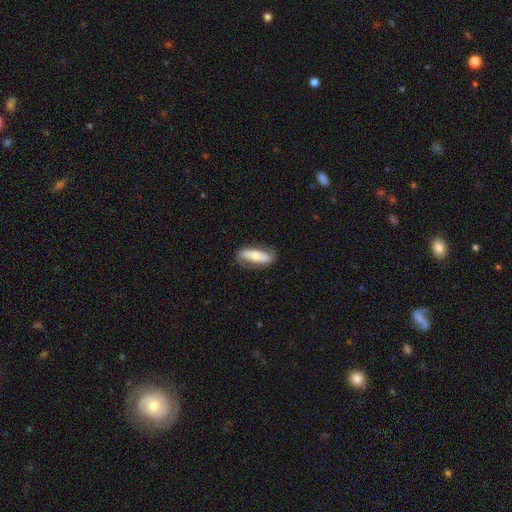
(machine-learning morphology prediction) smooth-or-featured: smooth: 51% | featured or disk: 43% | star or artifact: 6%
  how-rounded: in between: 62% | cigar-shaped: 35% | round: 3%
  merging: none: 74% | minor disturbance: 18% | major disturbance: 6% | merger: 1%